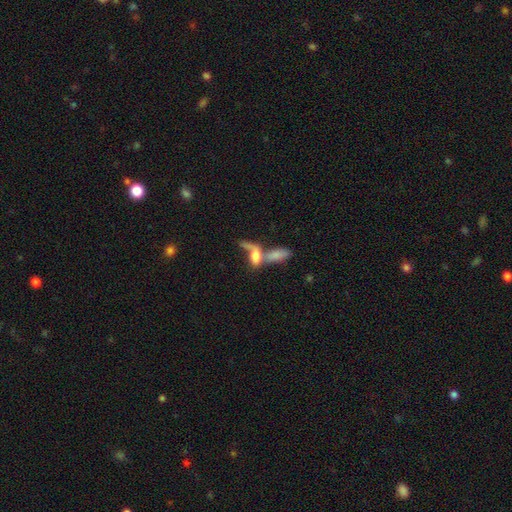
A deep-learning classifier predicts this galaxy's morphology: Smooth or featured: smooth — 61% (featured or disk — 30%)
How rounded: in between — 69% (cigar-shaped — 23%)
Merging: merger — 64% (none — 15%)